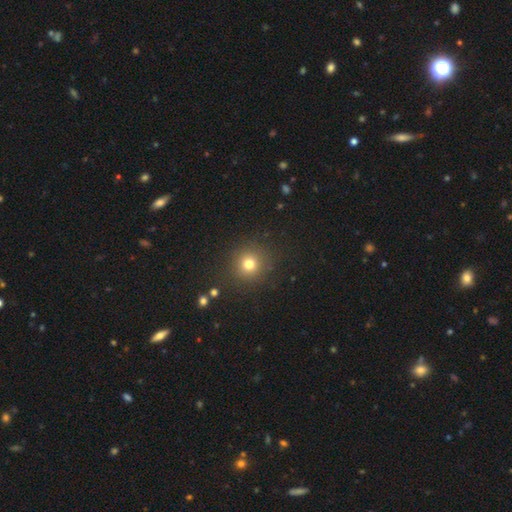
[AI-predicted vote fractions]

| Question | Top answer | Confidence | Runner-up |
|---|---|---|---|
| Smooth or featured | smooth | 62% | star or artifact (32%) |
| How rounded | round | 94% | in between (5%) |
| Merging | none | 91% | minor disturbance (5%) |